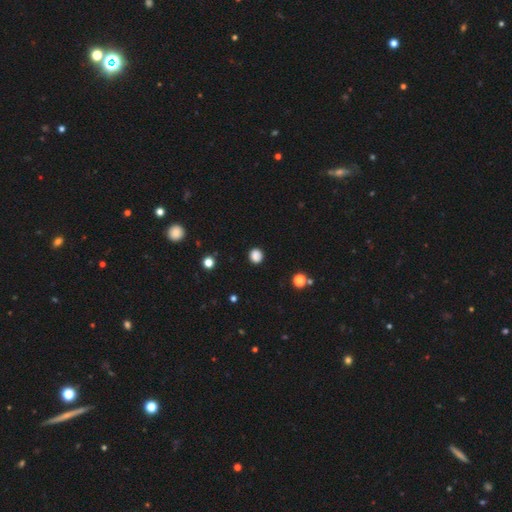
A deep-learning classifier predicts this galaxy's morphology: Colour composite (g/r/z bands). It shows a smooth galaxy with no disk features (82%) that is round (86%). Merging: none (86%).